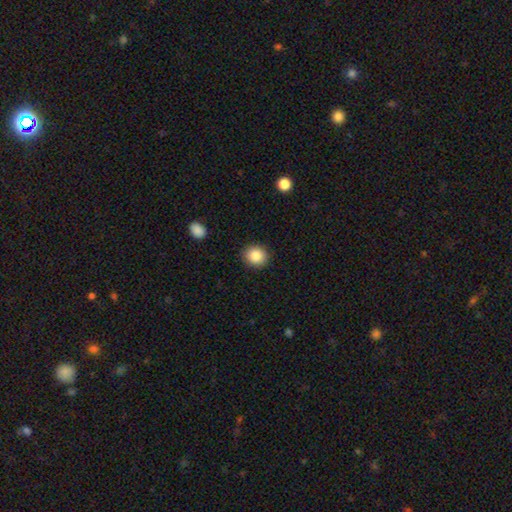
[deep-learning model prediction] smooth 86%, star or artifact 9%, featured or disk 5%. Down the decision tree: how rounded — round (80%); merging — none (90%).